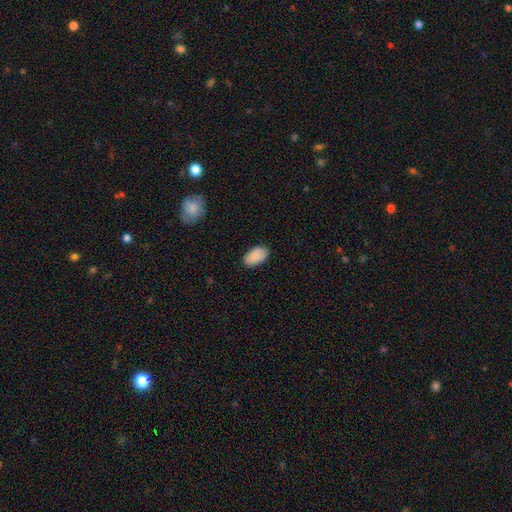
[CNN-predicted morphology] This appears to be a smooth galaxy with no disk features (90%) that is in between round and cigar-shaped (94%). Merging: none (86%).